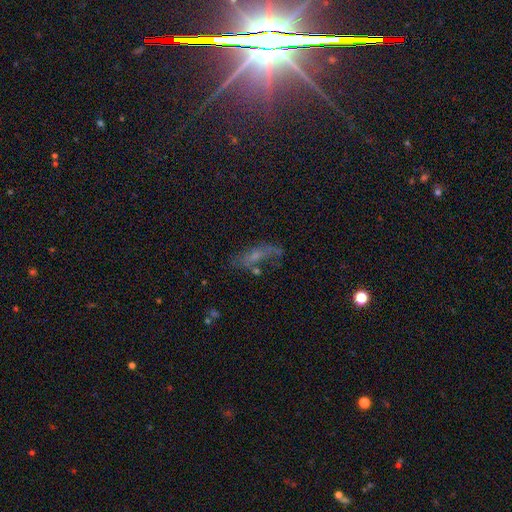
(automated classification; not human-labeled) The model was most divided on "smooth or featured": featured or disk: 39%, smooth: 38%, star or artifact: 23%. Remaining: merging — none (49%).